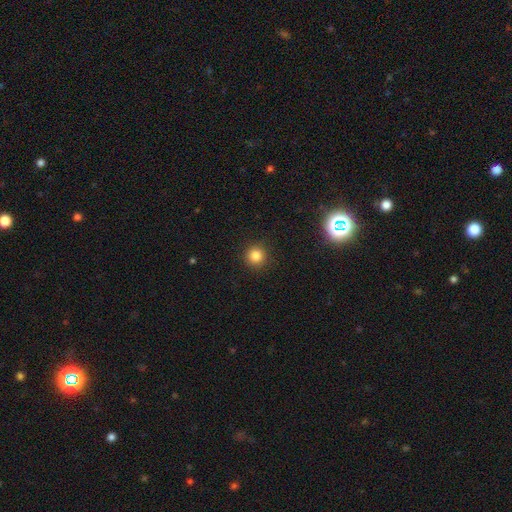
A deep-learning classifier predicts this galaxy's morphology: A smooth galaxy with no disk features (83%) that is round (94%). Merging: none (91%).